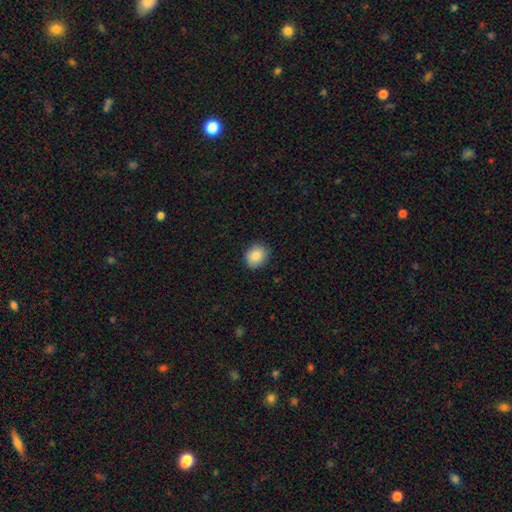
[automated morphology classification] Smooth or featured? smooth (87%)
How rounded? round (67%)
Merging? none (88%)